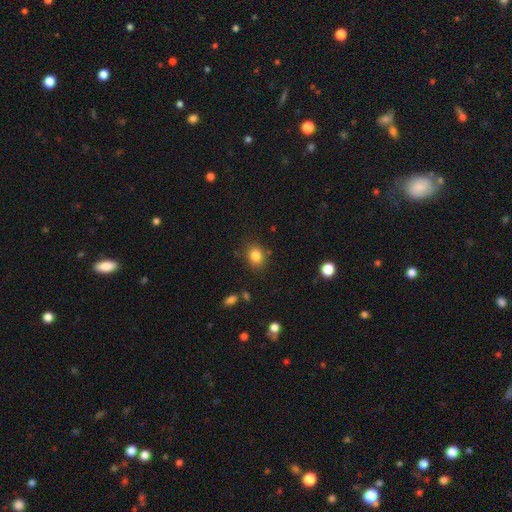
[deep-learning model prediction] Smooth or featured?
  - smooth: 83% *
  - star or artifact: 11%
  - featured or disk: 6%
How rounded?
  - round: 57% *
  - in between: 42%
  - cigar-shaped: 1%
Merging?
  - none: 81% *
  - minor disturbance: 12%
  - major disturbance: 4%
  - merger: 3%